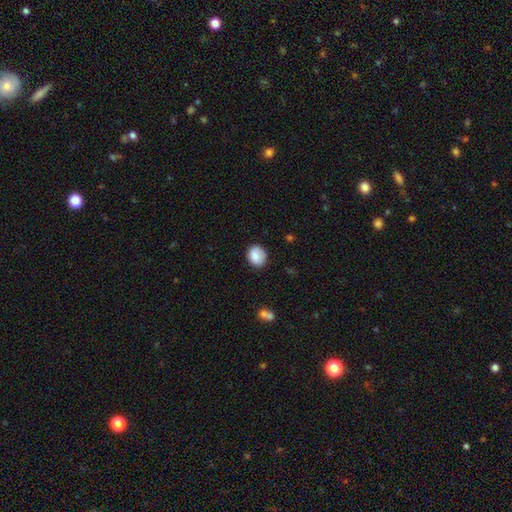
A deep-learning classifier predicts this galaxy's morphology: type=smooth (86%); roundness=round (64%); merging=none (81%).